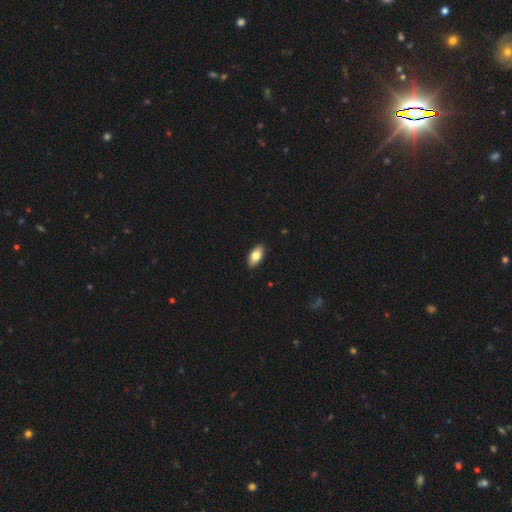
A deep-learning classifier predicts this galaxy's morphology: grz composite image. It shows a smooth galaxy with no disk features (78%) that is in between round and cigar-shaped (91%). Merging: none (90%).